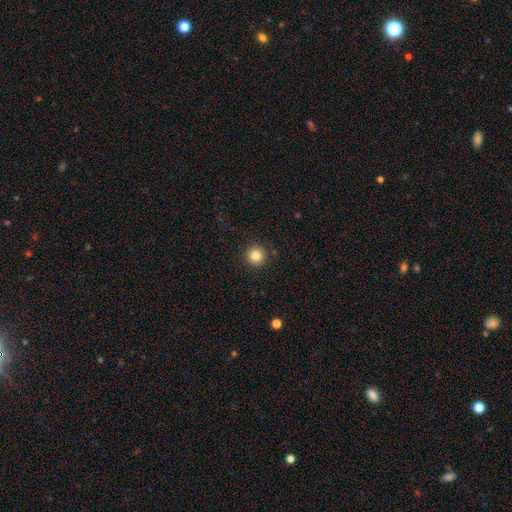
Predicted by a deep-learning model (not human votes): The model was most divided on "smooth or featured": smooth: 83%, star or artifact: 11%, featured or disk: 6%. More confident: how rounded — round (95%); merging — none (90%).